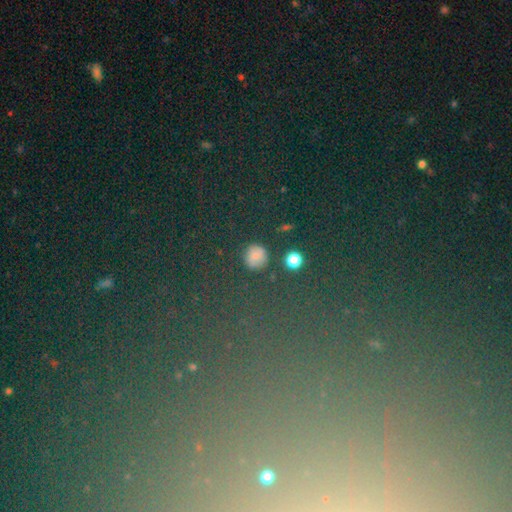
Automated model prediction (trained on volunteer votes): Smooth or featured? smooth (71%)
How rounded? round (89%)
Merging? none (81%)